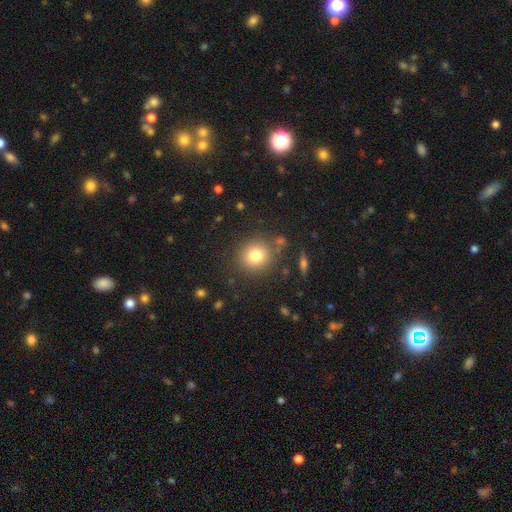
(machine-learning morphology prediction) Smooth or featured: smooth — 79% (star or artifact — 12%)
How rounded: round — 89% (in between — 10%)
Merging: none — 82% (minor disturbance — 9%)